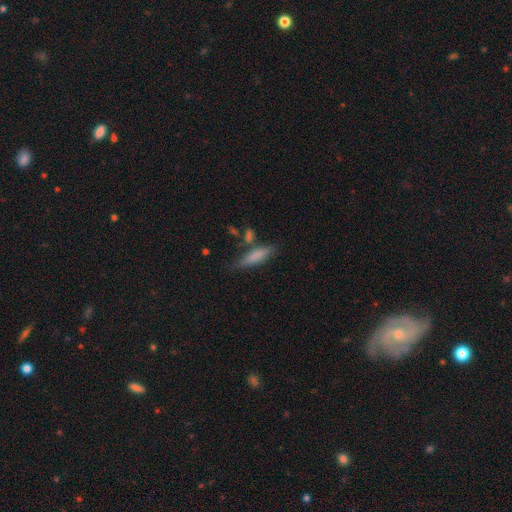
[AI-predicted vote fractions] The model was most divided on "how rounded": cigar-shaped: 67%, in between: 30%, round: 2%. More confident: smooth or featured — smooth (76%); merging — none (65%).